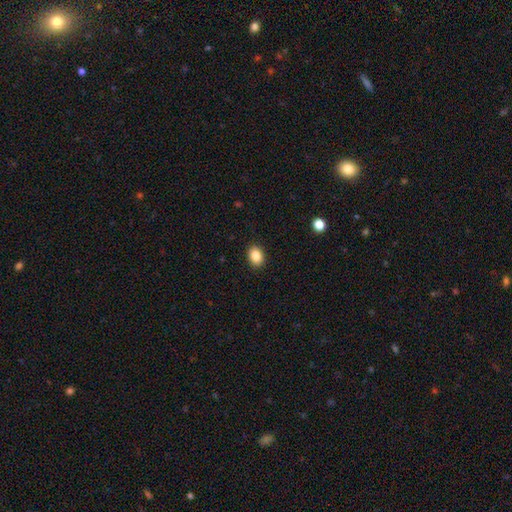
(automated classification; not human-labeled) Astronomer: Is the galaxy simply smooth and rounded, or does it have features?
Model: smooth — 86%.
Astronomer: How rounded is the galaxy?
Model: in between — 67%.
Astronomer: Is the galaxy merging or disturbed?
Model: none — 90%.